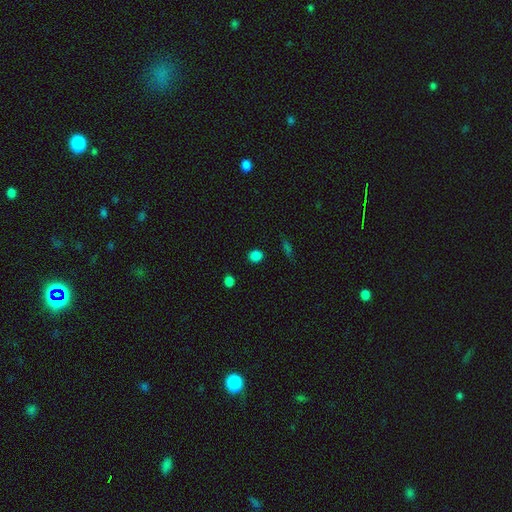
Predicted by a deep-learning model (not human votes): smooth 84%, star or artifact 13%, featured or disk 3%. Down the decision tree: how rounded — round (75%); merging — none (89%).